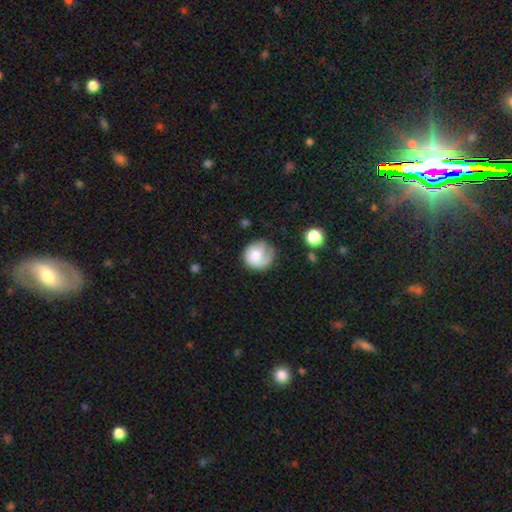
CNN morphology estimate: Smooth or featured? Predicted: smooth (p=0.52). How rounded? Predicted: round (p=0.84). Merging? Predicted: none (p=0.62).